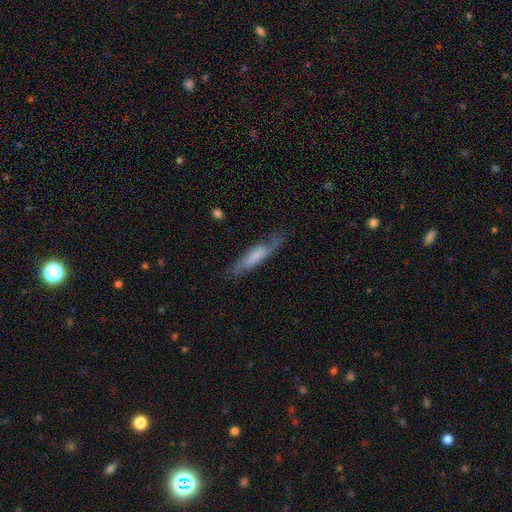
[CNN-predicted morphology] Q: Smooth or featured?
A: featured or disk (52%); runner-up: smooth (42%)
Q: Edge-on disk?
A: no (62%); runner-up: yes (38%)
Q: Merging?
A: none (65%); runner-up: minor disturbance (22%)